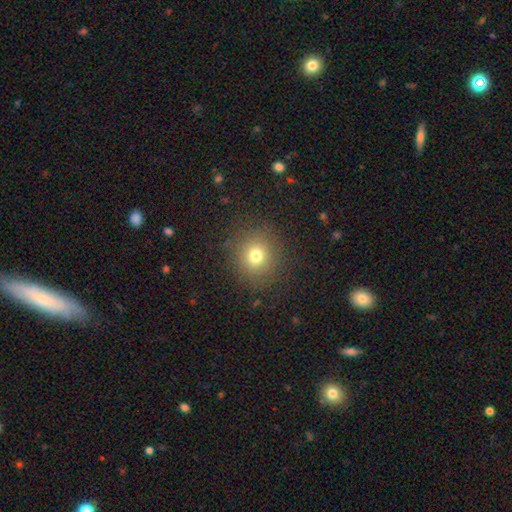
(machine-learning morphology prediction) smooth-or-featured: smooth: 73% | star or artifact: 17% | featured or disk: 10%
  how-rounded: round: 89% | in between: 10% | cigar-shaped: 1%
  merging: none: 87% | minor disturbance: 8% | major disturbance: 4% | merger: 1%